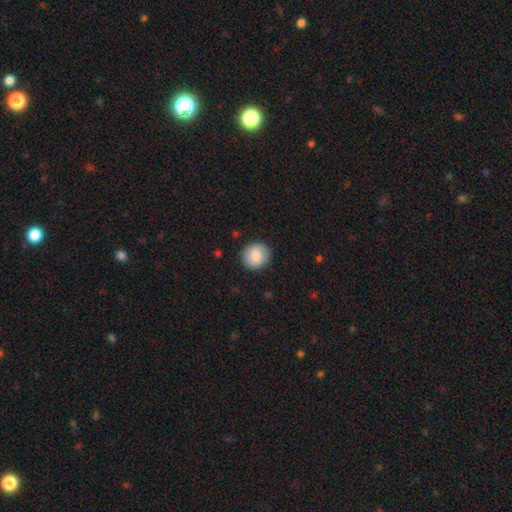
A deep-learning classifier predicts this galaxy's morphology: This appears to be a smooth galaxy with no disk features (83%) that is round (90%). Merging: none (90%).